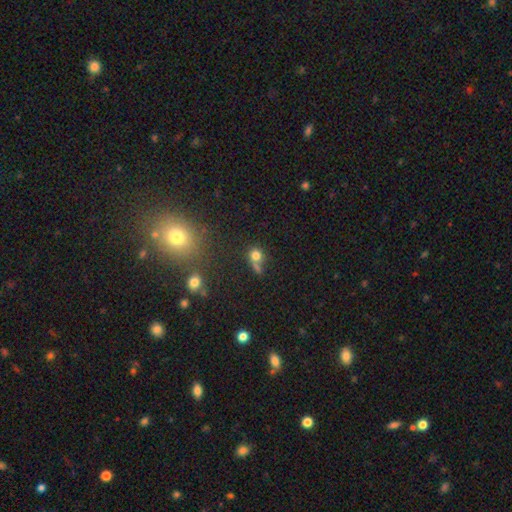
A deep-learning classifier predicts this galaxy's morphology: Smooth or featured: smooth — 74% (star or artifact — 15%)
How rounded: round — 79% (in between — 19%)
Merging: none — 41% (merger — 29%)